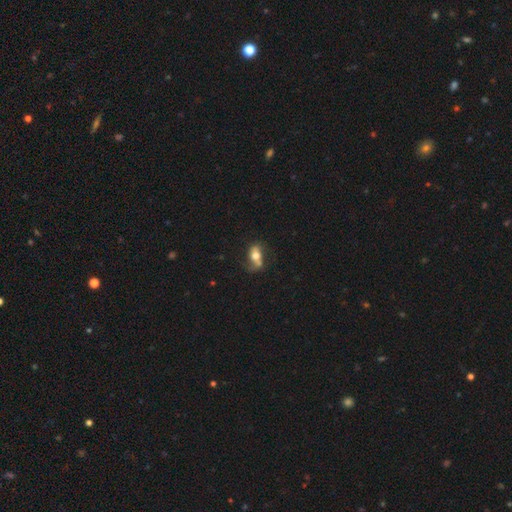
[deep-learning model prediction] Q: Smooth or featured?
A: smooth (50%); runner-up: featured or disk (41%)
Q: Merging?
A: none (42%); runner-up: minor disturbance (26%)